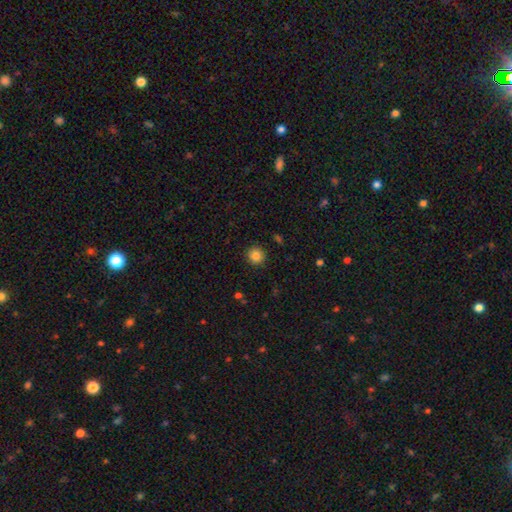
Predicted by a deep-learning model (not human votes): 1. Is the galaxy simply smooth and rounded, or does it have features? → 85% smooth, 10% star or artifact, 4% featured or disk.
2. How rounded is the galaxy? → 93% round, 6% in between, 1% cigar-shaped.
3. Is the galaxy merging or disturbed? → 91% none, 6% minor disturbance, 2% major disturbance, 1% merger.